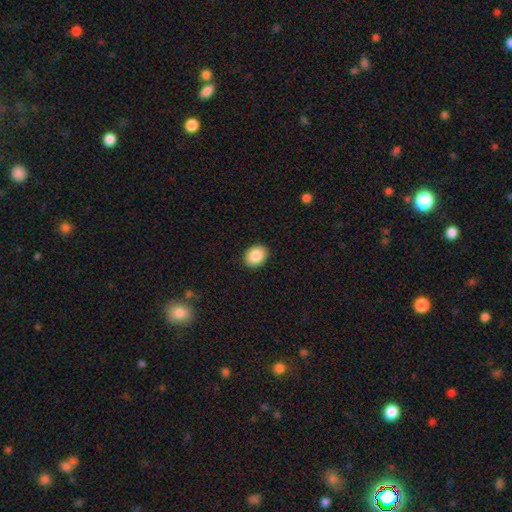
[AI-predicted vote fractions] This is clearly a smooth galaxy (87%). How rounded: likely in between (64%). Merging: clearly none (90%).